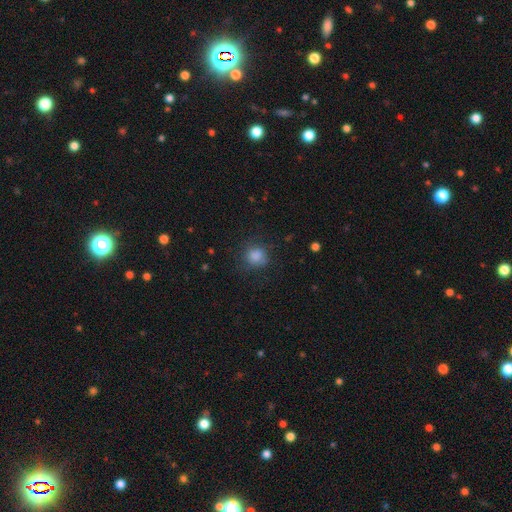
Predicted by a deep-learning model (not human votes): Q: Smooth or featured?
A: smooth (81%); runner-up: star or artifact (12%)
Q: How rounded?
A: round (81%); runner-up: in between (18%)
Q: Merging?
A: none (72%); runner-up: minor disturbance (18%)